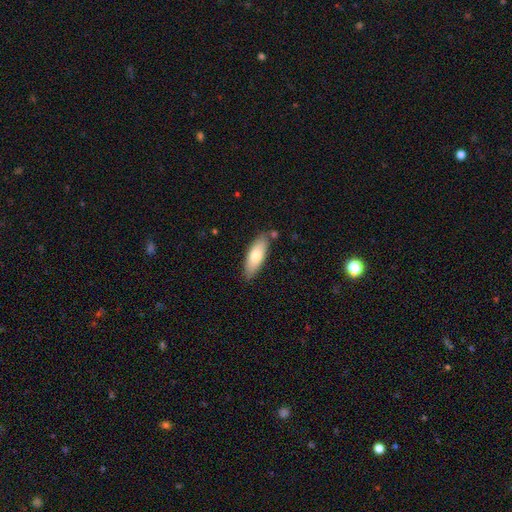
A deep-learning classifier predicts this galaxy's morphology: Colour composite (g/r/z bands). It shows a smooth galaxy with no disk features (75%) that is in between round and cigar-shaped (67%). Merging: none (80%).